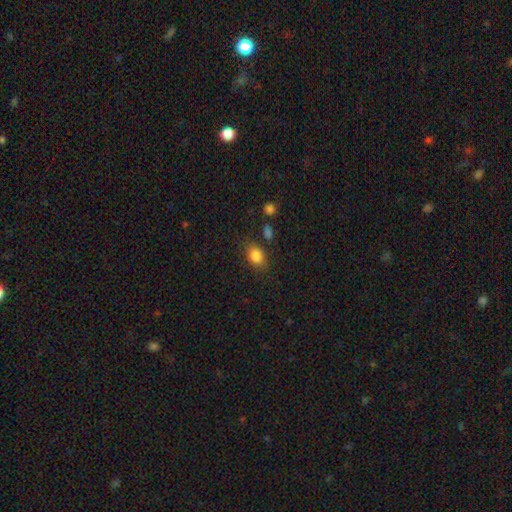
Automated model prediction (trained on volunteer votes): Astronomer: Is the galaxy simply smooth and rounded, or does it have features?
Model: smooth — 84%.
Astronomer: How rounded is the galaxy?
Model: in between — 69%.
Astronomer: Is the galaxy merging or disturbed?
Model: none — 77%.